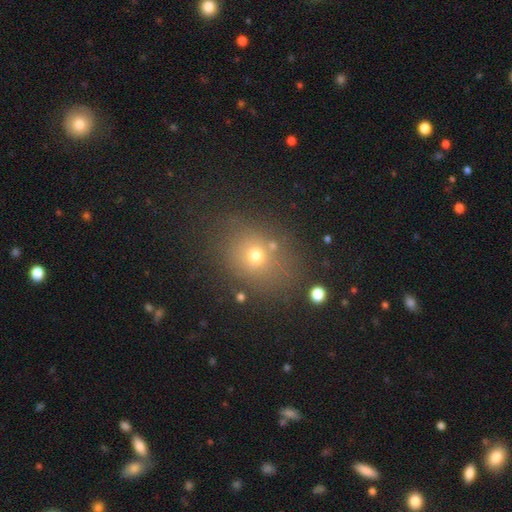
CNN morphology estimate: smooth 66%, star or artifact 21%, featured or disk 13%. Down the decision tree: how rounded — round (59%); merging — none (76%).